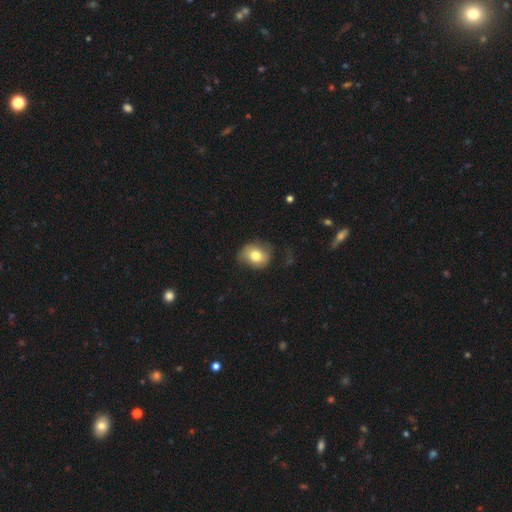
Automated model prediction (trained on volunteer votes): Overall: smooth (76%). How rounded: round (56%; in between 43%). Merging: none (60%; minor disturbance 27%).